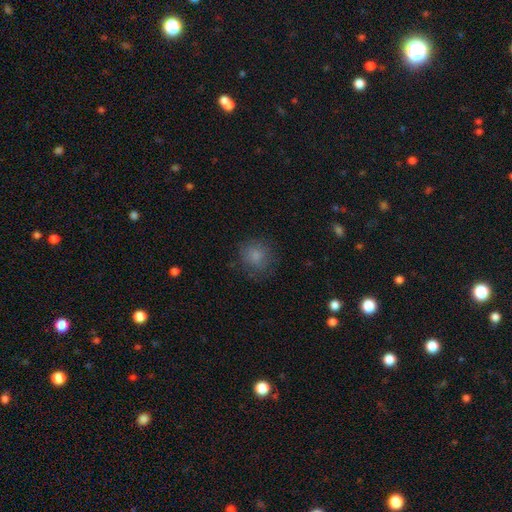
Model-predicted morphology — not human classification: This is clearly a smooth galaxy (82%). How rounded: clearly round (83%). Merging: likely none (77%).